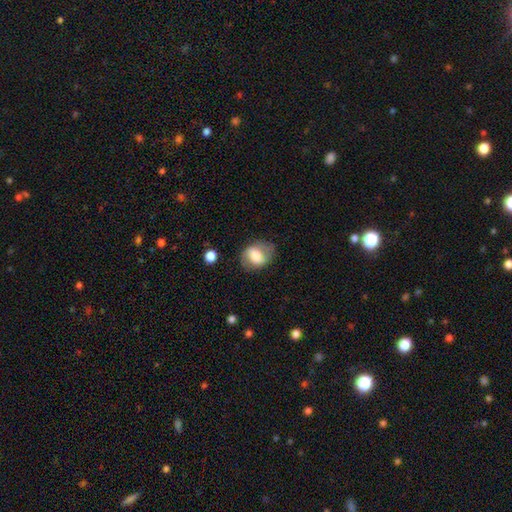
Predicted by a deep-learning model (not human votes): This appears to be a smooth galaxy with no disk features (67%) that is in between round and cigar-shaped (61%). Merging: none (70%).